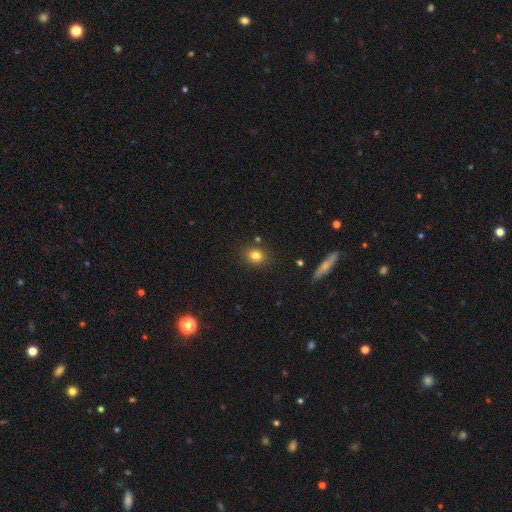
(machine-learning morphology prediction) smooth-or-featured: smooth: 81% | star or artifact: 12% | featured or disk: 8%
  how-rounded: round: 53% | in between: 46% | cigar-shaped: 2%
  merging: none: 84% | minor disturbance: 10% | merger: 3% | major disturbance: 3%